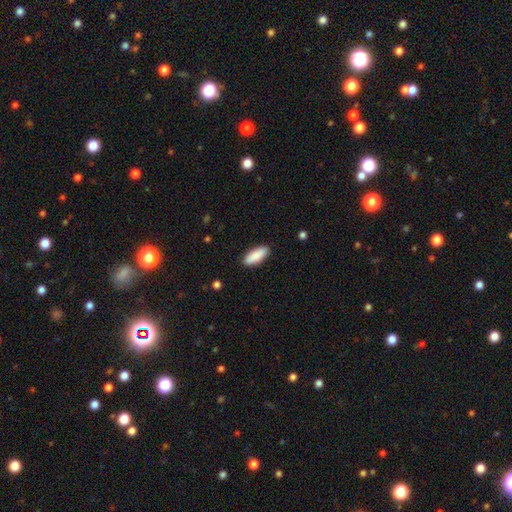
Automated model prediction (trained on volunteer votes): Smooth or featured? smooth (90%)
How rounded? in between (71%)
Merging? none (90%)